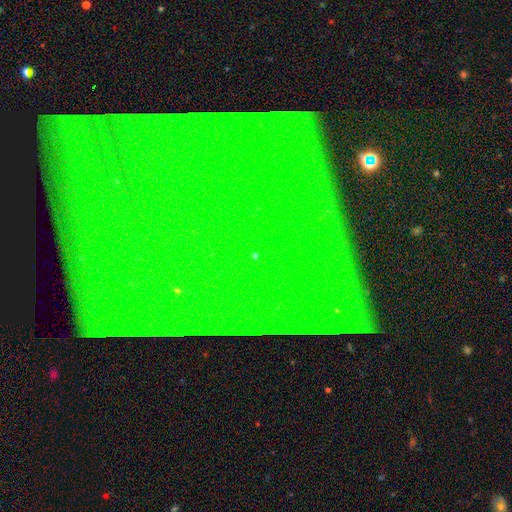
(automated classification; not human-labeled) Q: Smooth or featured?
A: star or artifact (84%); runner-up: featured or disk (8%)